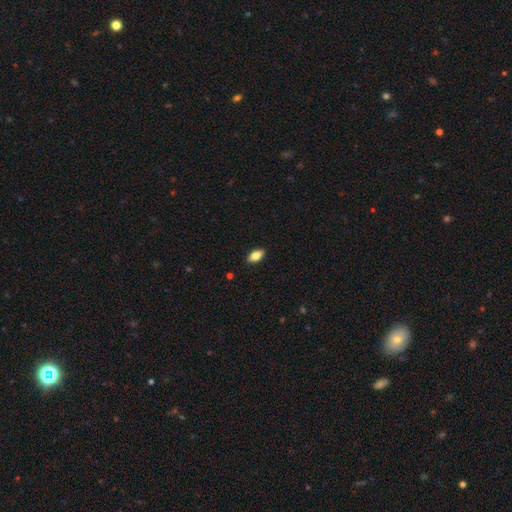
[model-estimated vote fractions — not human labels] Overall: smooth (80%). How rounded: in between (89%). Merging: none (89%).